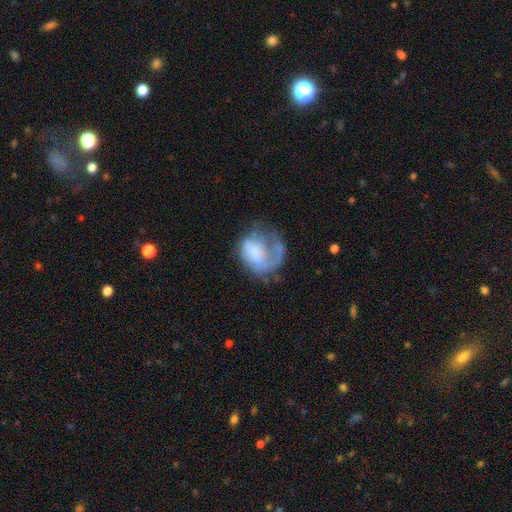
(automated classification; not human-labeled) smooth-or-featured: featured or disk: 51% | smooth: 41% | star or artifact: 8%
  disk-edge-on: no: 98% | yes: 2%
  merging: major disturbance: 43% | none: 33% | minor disturbance: 20% | merger: 4%